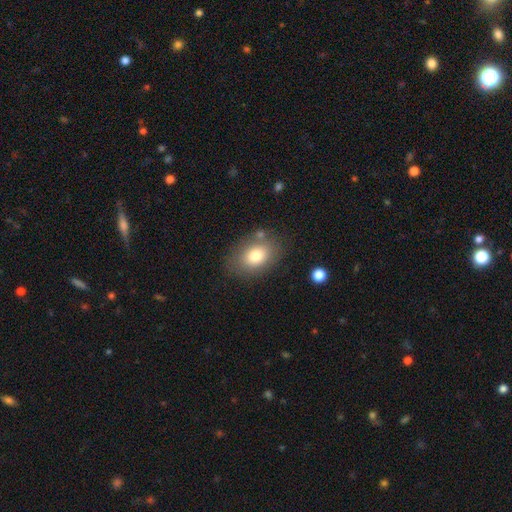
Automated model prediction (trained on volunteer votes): smooth_or_featured: smooth (p=0.77) [alt: featured or disk p=0.13]
how_rounded: in between (p=0.74) [alt: round p=0.25]
merging: none (p=0.76) [alt: minor disturbance p=0.14]